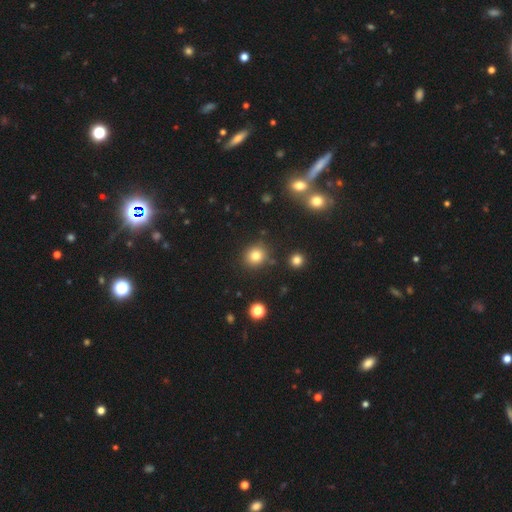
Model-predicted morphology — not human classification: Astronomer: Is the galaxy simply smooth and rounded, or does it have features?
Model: smooth — 79%.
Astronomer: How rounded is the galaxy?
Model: round — 83%.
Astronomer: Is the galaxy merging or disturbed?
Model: none — 85%.